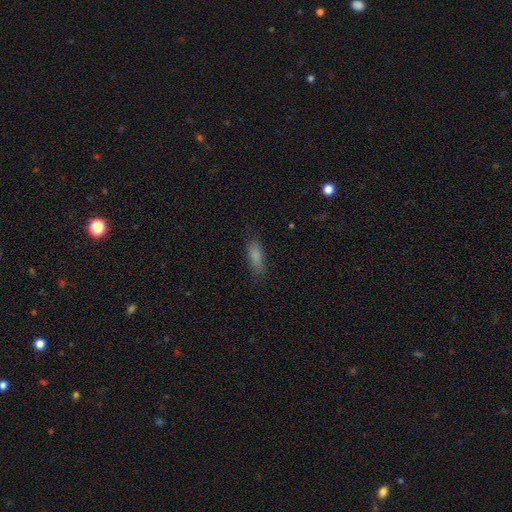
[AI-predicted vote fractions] Smooth or featured? smooth (83%)
How rounded? in between (64%)
Merging? none (77%)